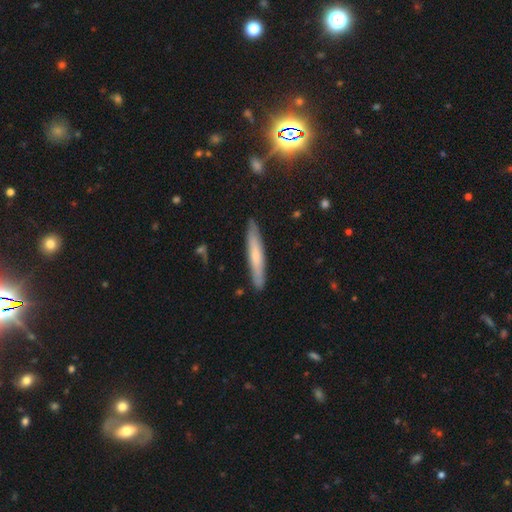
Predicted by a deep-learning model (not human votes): Q: Smooth or featured?
A: smooth (57%); runner-up: featured or disk (37%)
Q: How rounded?
A: cigar-shaped (93%); runner-up: in between (6%)
Q: Merging?
A: none (88%); runner-up: minor disturbance (9%)